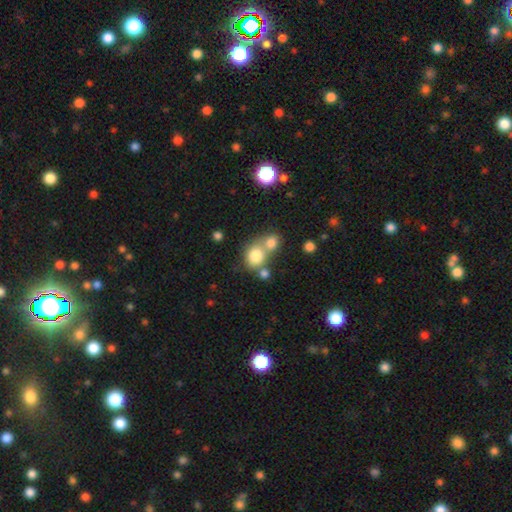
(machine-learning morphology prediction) smooth 78%, star or artifact 11%, featured or disk 10%. Down the decision tree: how rounded — round (75%); merging — merger (49%).